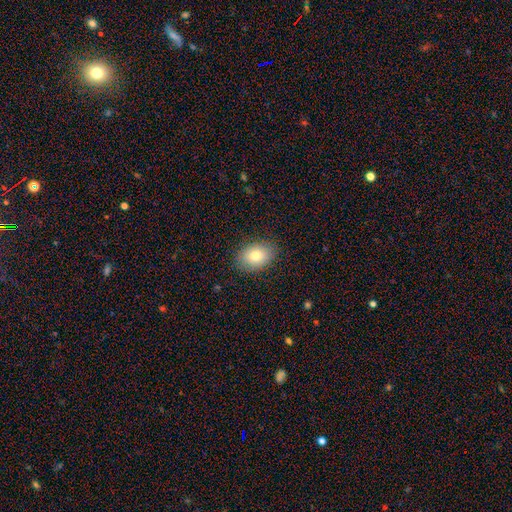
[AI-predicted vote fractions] Smooth or featured: smooth — 79% (featured or disk — 13%)
How rounded: in between — 82% (round — 17%)
Merging: none — 87% (minor disturbance — 10%)